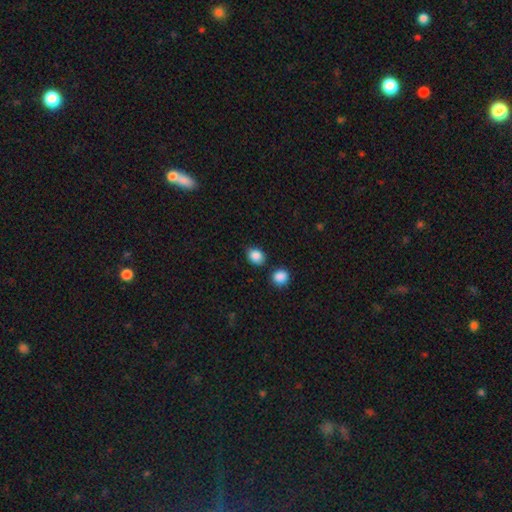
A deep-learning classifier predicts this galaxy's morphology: Q: Smooth or featured?
A: smooth (87%); runner-up: star or artifact (9%)
Q: How rounded?
A: in between (55%); runner-up: round (44%)
Q: Merging?
A: none (79%); runner-up: minor disturbance (11%)